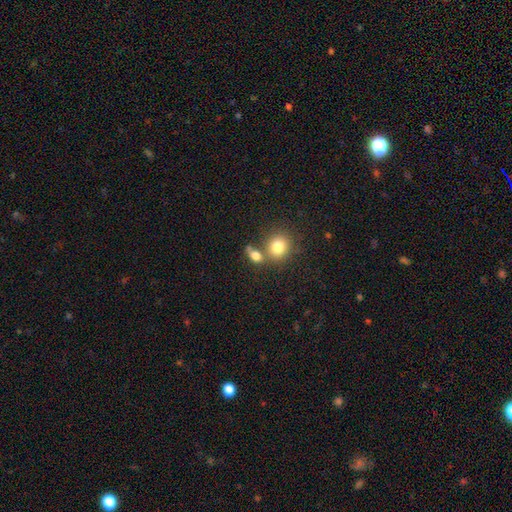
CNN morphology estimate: A smooth galaxy with no disk features (78%) that is in between round and cigar-shaped (52%). Merging: none (46%).